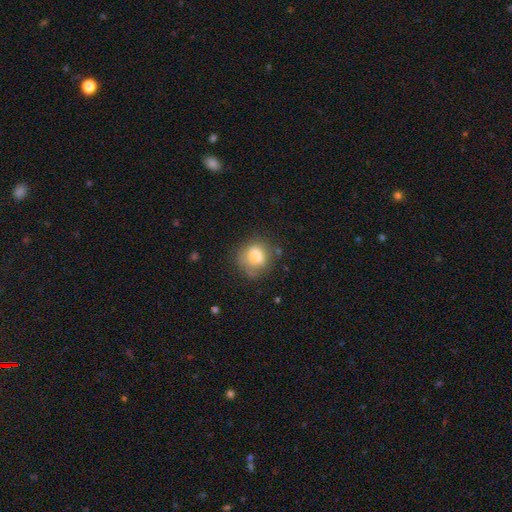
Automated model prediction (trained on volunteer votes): Morphology: type=smooth (76%); roundness=round (74%); merging=none (64%).